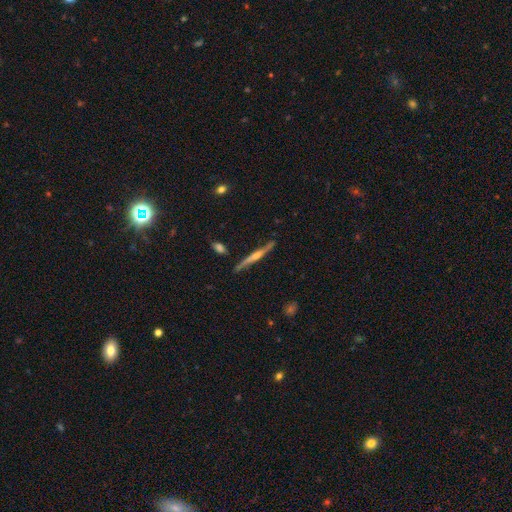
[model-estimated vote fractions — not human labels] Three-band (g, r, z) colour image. It shows a featured or disk galaxy (74%) viewed edge-on (96%) with a rounded central bulge (67%). Merging: none (81%).